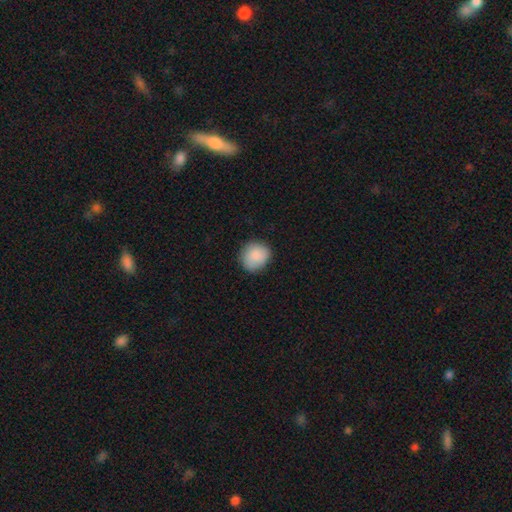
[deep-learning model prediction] A smooth galaxy with no disk features (88%) that is round (84%).

Vote fractions:
- Smooth or featured? smooth: 88% / star or artifact: 7% / featured or disk: 5%
- How rounded? round: 84% / in between: 15% / cigar-shaped: 1%
- Merging? none: 84% / minor disturbance: 13% / major disturbance: 2% / merger: 1%